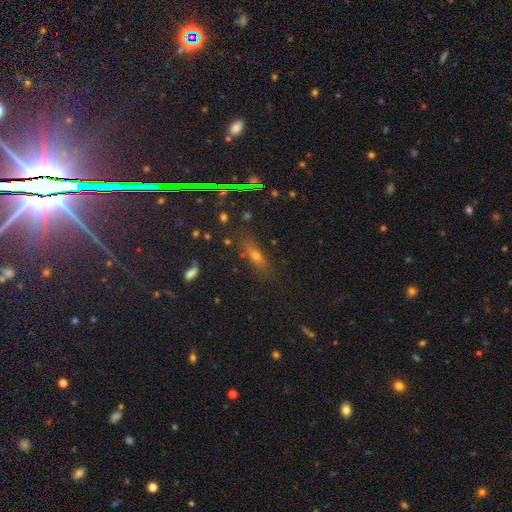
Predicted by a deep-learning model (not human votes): smooth_or_featured: smooth (p=0.53) [alt: star or artifact p=0.26]
how_rounded: cigar-shaped (p=0.50) [alt: in between p=0.41]
merging: none (p=0.77) [alt: minor disturbance p=0.14]